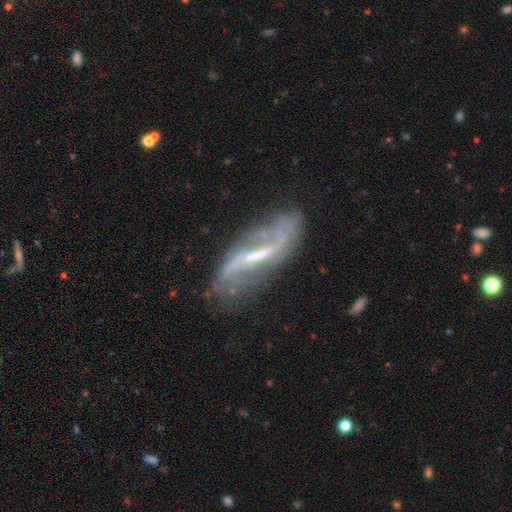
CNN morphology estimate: The model was most divided on "bulge size": small: 40%, moderate: 33%, none: 21%, large: 5%, dominant: 1%. More confident: spiral arms — yes (85%); edge-on disk — no (84%); smooth or featured — featured or disk (81%); spiral arm count — 2 (80%); spiral winding — loose (68%); merging — none (61%); bar — strong (59%).